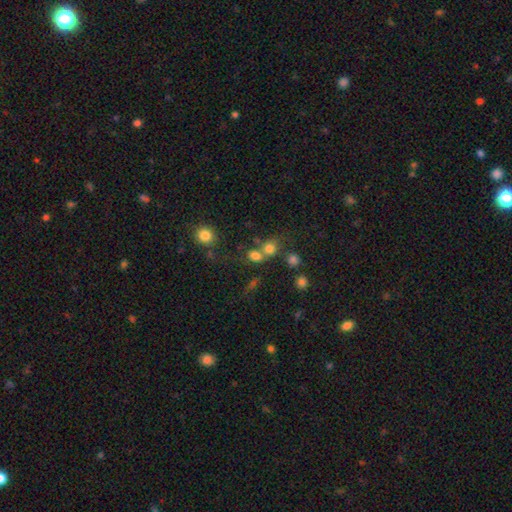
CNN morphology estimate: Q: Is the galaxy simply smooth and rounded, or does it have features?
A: smooth — 74%.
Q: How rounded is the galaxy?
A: round — 57%.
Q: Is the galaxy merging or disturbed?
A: none — 43%.